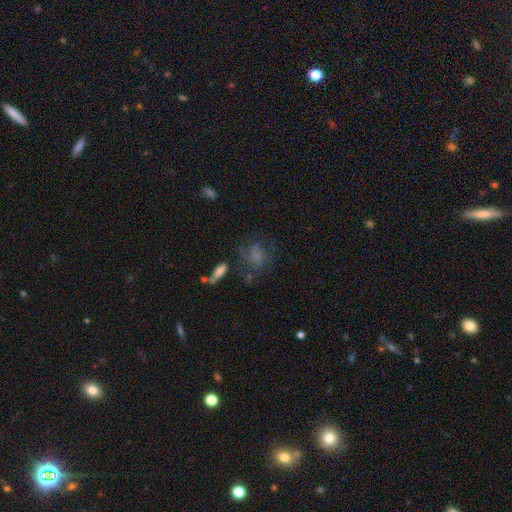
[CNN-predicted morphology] smooth 60%, featured or disk 25%, star or artifact 15%. Down the decision tree: how rounded — round (53%); merging — none (51%).